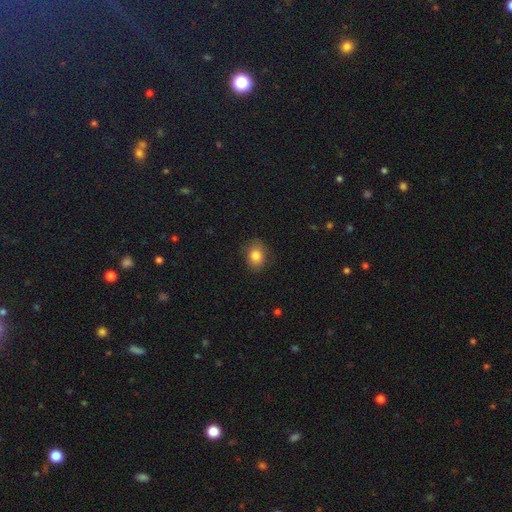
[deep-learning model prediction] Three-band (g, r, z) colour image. It shows a smooth galaxy with no disk features (83%) that is in between round and cigar-shaped (51%). Merging: none (82%).